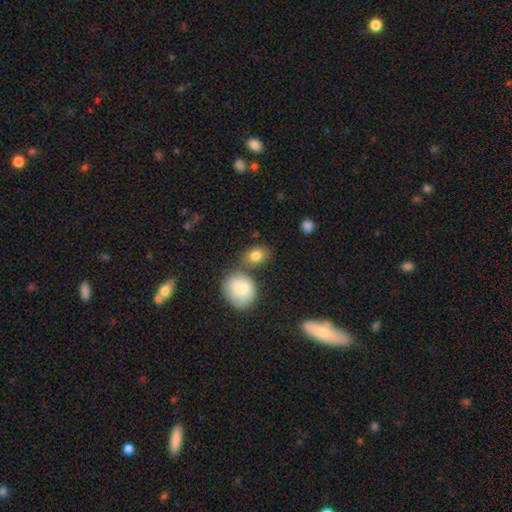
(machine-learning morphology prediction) A smooth galaxy with no disk features (83%) that is in between round and cigar-shaped (60%). Merging: none (60%).